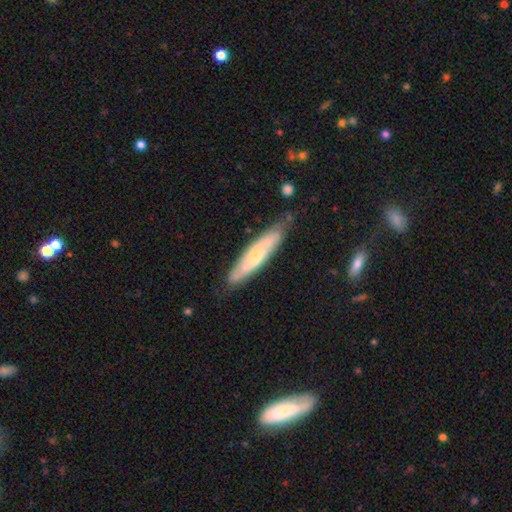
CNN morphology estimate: Smooth or featured? featured or disk (57%)
Edge-on disk? no (58%)
Merging? none (74%)